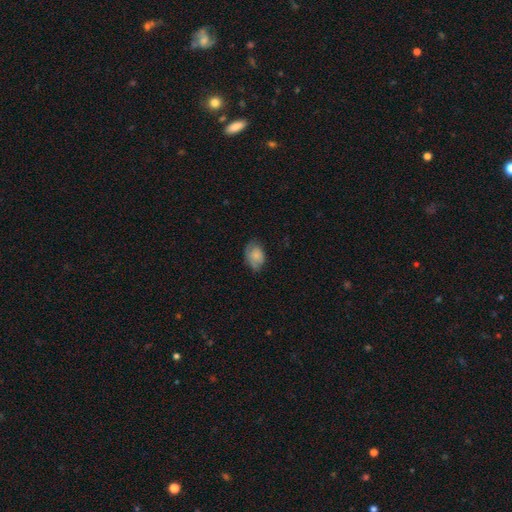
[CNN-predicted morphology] A smooth galaxy with no disk features (77%) that is in between round and cigar-shaped (80%). Merging: none (59%).